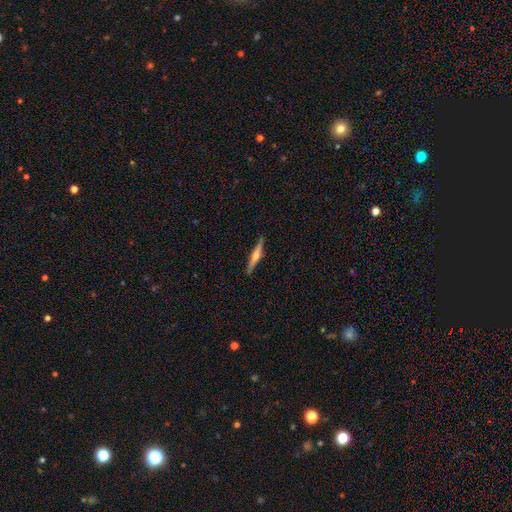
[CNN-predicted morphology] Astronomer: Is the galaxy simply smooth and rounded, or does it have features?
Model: featured or disk — 69%.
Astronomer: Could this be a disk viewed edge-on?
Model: yes — 98%.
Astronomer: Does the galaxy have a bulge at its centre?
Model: rounded — 90%.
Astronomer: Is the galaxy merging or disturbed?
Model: none — 90%.